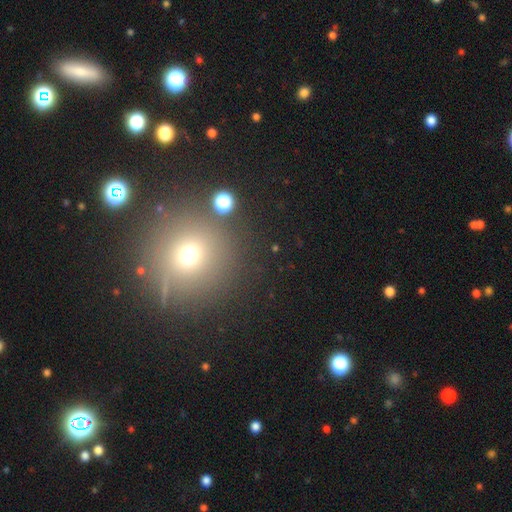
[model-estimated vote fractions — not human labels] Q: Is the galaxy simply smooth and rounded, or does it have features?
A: smooth — 51%.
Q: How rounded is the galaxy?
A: round — 93%.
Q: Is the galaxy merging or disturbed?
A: none — 85%.